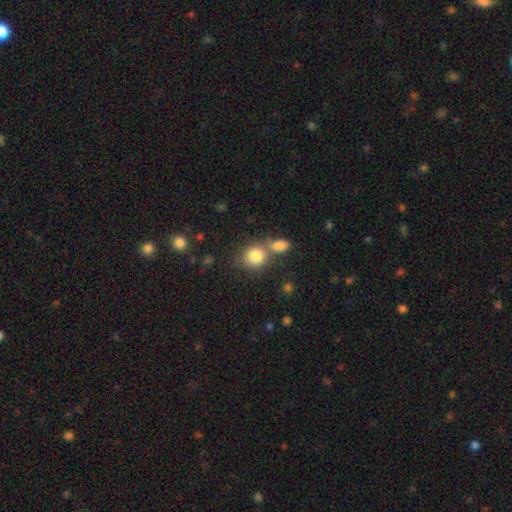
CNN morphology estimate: type=smooth (83%); roundness=round (73%); merging=none (48%).